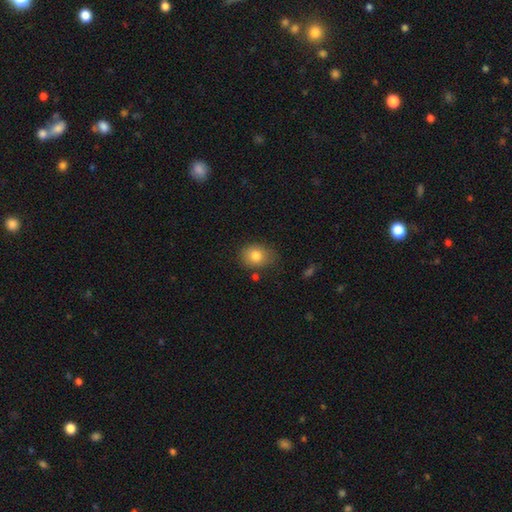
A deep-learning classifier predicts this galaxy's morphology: Smooth or featured? smooth (81%)
How rounded? in between (54%)
Merging? none (74%)